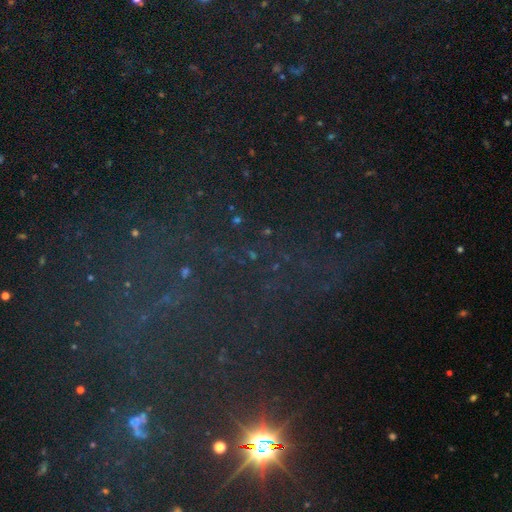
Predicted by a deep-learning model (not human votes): Morphology: type=star or artifact (76%).